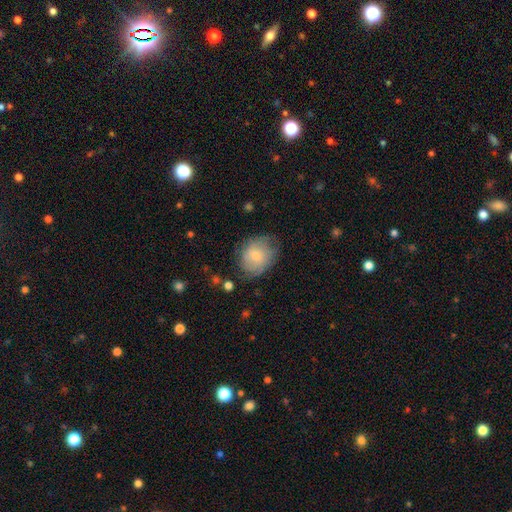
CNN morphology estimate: A smooth galaxy with no disk features (67%) that is round (55%). Merging: none (63%).